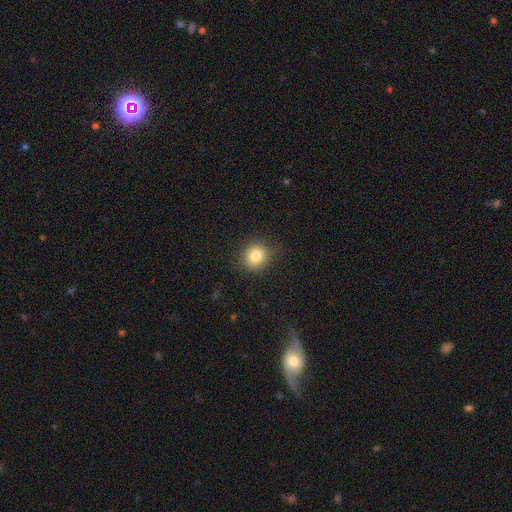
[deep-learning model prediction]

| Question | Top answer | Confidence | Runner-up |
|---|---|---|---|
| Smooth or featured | smooth | 81% | star or artifact (11%) |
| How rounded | round | 83% | in between (16%) |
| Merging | none | 83% | minor disturbance (12%) |